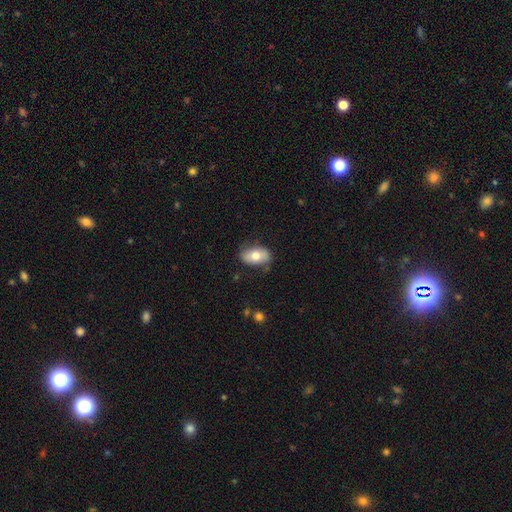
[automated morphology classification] Smooth or featured: smooth — 70% (featured or disk — 23%)
How rounded: in between — 90% (round — 8%)
Merging: none — 76% (minor disturbance — 18%)